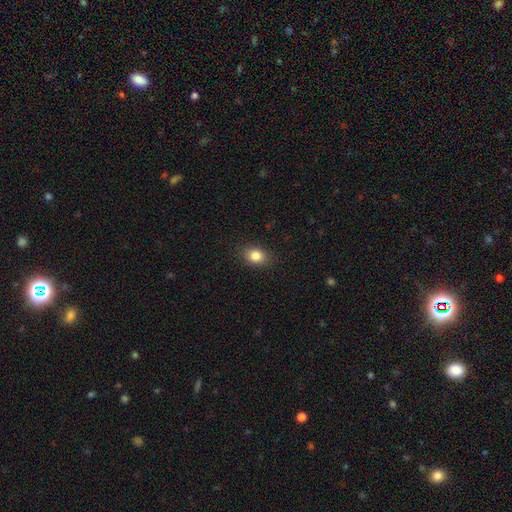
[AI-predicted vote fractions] A smooth galaxy with no disk features (83%) that is in between round and cigar-shaped (62%).

Vote fractions:
- Smooth or featured? smooth: 83% / star or artifact: 10% / featured or disk: 7%
- How rounded? in between: 62% / round: 36% / cigar-shaped: 1%
- Merging? none: 88% / minor disturbance: 9% / major disturbance: 2% / merger: 1%